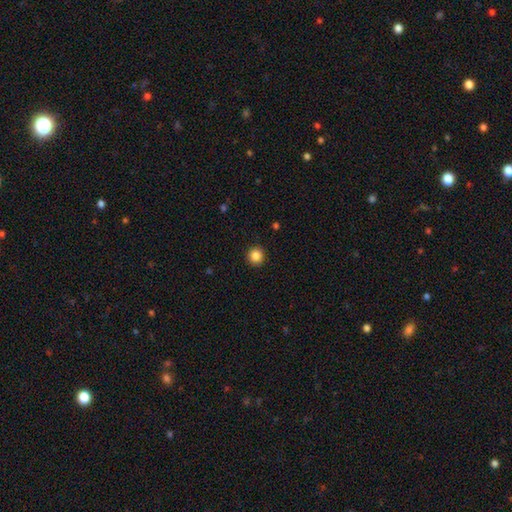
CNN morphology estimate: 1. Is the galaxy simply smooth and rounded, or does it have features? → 86% smooth, 10% star or artifact, 3% featured or disk.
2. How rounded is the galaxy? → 95% round, 4% in between, 1% cigar-shaped.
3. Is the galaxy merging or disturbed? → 93% none, 5% minor disturbance, 2% major disturbance, 1% merger.